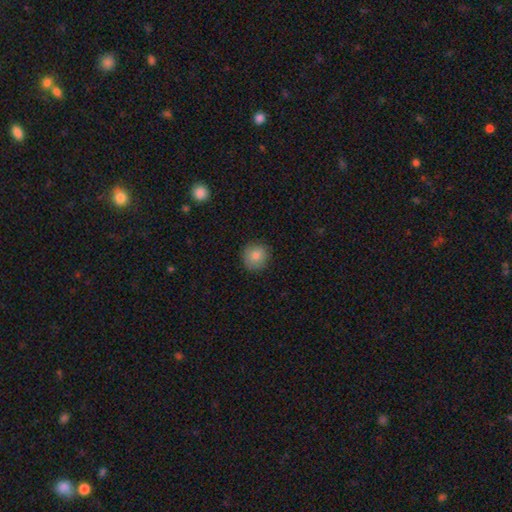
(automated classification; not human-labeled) Overall: smooth (84%). How rounded: round (92%). Merging: none (87%).